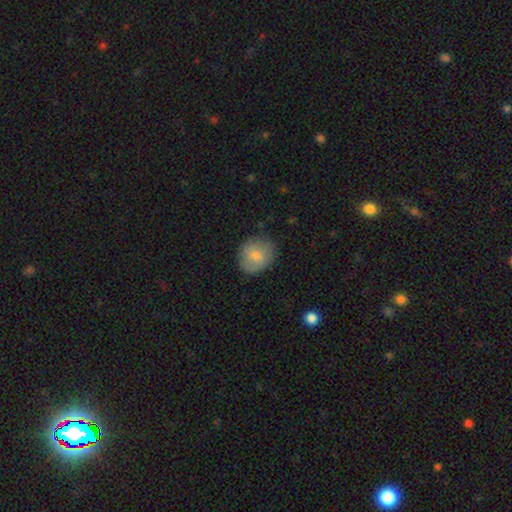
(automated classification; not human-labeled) smooth_or_featured: smooth (p=0.74) [alt: featured or disk p=0.19]
how_rounded: round (p=0.72) [alt: in between p=0.27]
merging: none (p=0.77) [alt: minor disturbance p=0.17]